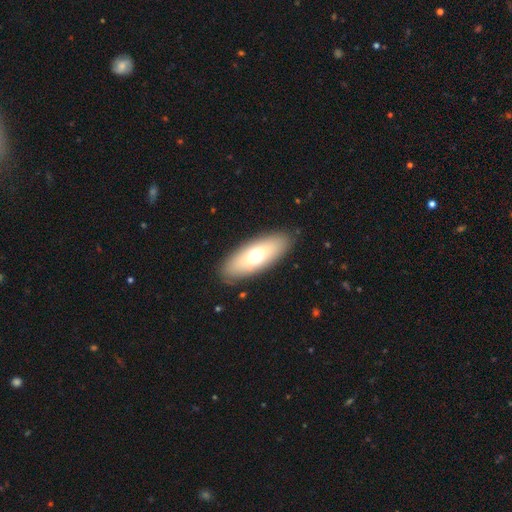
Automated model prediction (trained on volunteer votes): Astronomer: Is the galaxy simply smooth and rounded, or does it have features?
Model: smooth — 63%.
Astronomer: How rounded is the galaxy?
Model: in between — 76%.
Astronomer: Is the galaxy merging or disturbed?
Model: none — 87%.